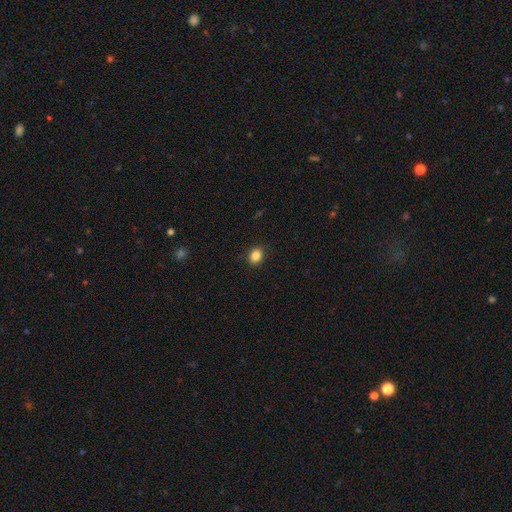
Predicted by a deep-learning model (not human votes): Morphology: type=smooth (85%); roundness=round (54%); merging=none (88%).